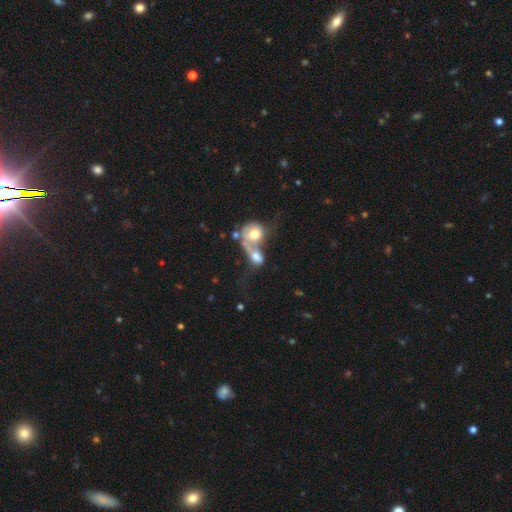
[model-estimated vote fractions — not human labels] Q: Smooth or featured?
A: smooth (53%); runner-up: featured or disk (37%)
Q: How rounded?
A: round (56%); runner-up: in between (41%)
Q: Merging?
A: merger (77%); runner-up: major disturbance (9%)